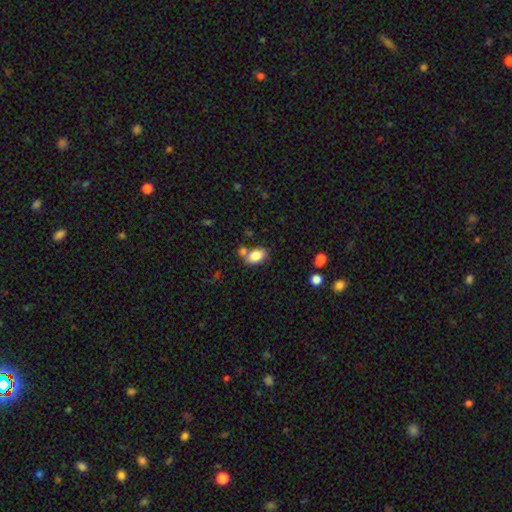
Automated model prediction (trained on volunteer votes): Smooth or featured? Predicted: smooth (p=0.84). How rounded? Predicted: in between (p=0.89). Merging? Predicted: none (p=0.60).